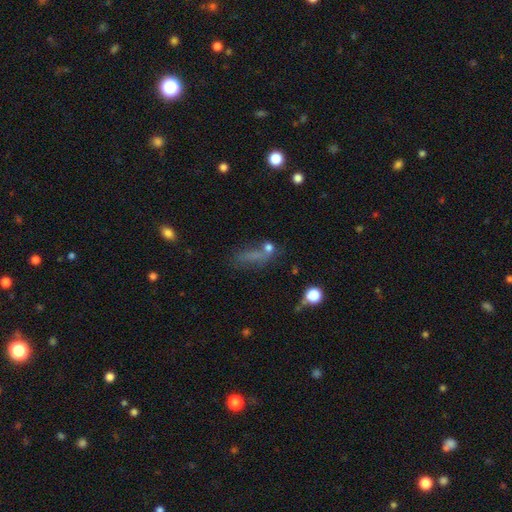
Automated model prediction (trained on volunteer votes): smooth_or_featured: smooth (p=0.55) [alt: star or artifact p=0.23]
how_rounded: cigar-shaped (p=0.46) [alt: in between p=0.43]
merging: none (p=0.50) [alt: minor disturbance p=0.20]